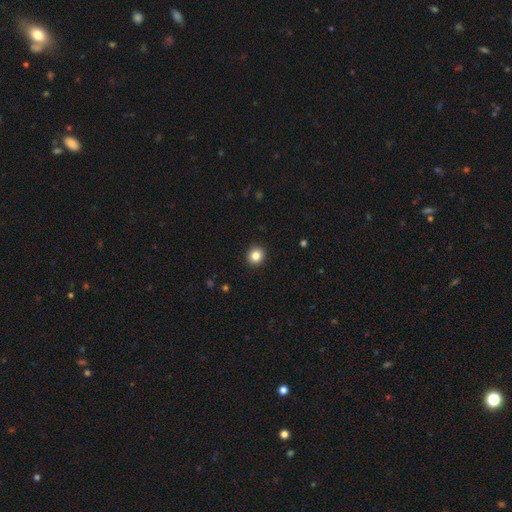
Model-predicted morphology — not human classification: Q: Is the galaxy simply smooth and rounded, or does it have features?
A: smooth — 84%.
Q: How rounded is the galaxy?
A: round — 90%.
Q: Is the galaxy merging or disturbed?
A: none — 93%.